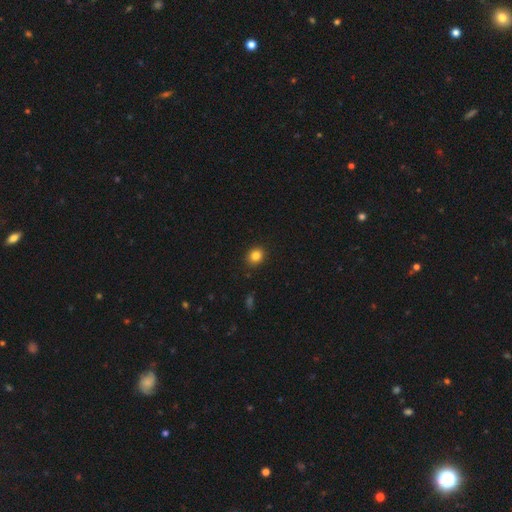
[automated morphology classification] This appears to be a smooth galaxy with no disk features (84%) that is round (69%). Merging: none (90%).